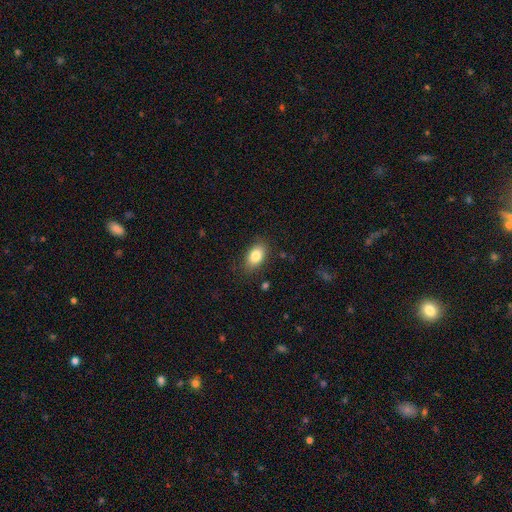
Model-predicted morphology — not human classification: Smooth or featured: smooth — 83% (featured or disk — 9%)
How rounded: in between — 88% (round — 9%)
Merging: none — 83% (minor disturbance — 12%)